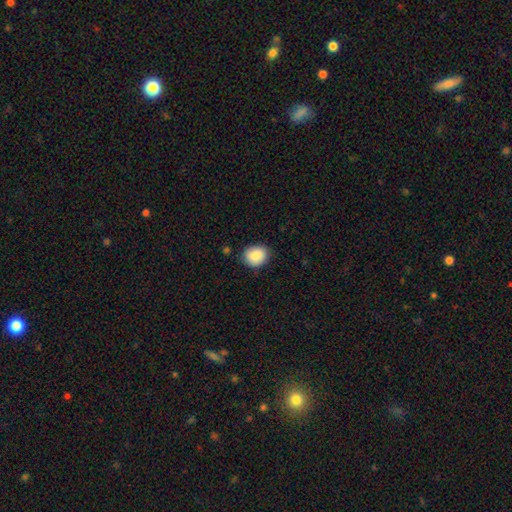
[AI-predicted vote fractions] Smooth or featured: smooth — 86% (star or artifact — 8%)
How rounded: round — 62% (in between — 37%)
Merging: none — 84% (minor disturbance — 13%)